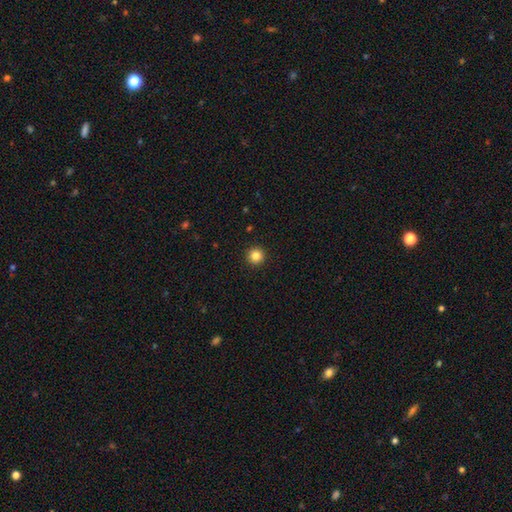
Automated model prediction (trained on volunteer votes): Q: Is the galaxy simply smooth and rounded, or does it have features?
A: smooth — 84%.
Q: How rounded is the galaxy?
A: round — 96%.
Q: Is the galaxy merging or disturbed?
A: none — 94%.